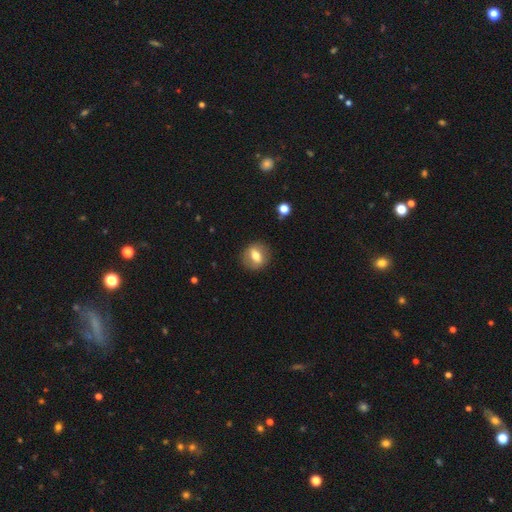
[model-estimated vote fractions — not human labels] This is possibly a smooth galaxy (56%). How rounded: likely round (60%). Merging: clearly none (85%).